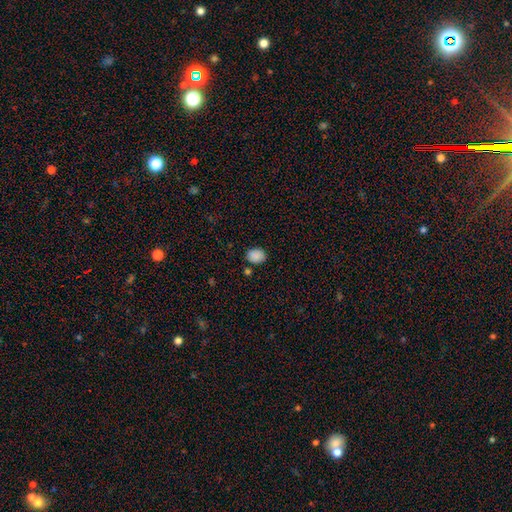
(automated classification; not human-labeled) Overall: smooth (88%). How rounded: in between (50%; round 49%). Merging: none (79%).